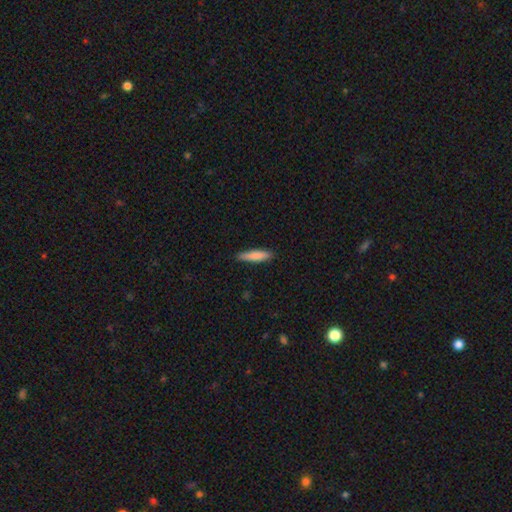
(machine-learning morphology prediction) Smooth or featured? Predicted: smooth (p=0.83). How rounded? Predicted: cigar-shaped (p=0.81). Merging? Predicted: none (p=0.87).